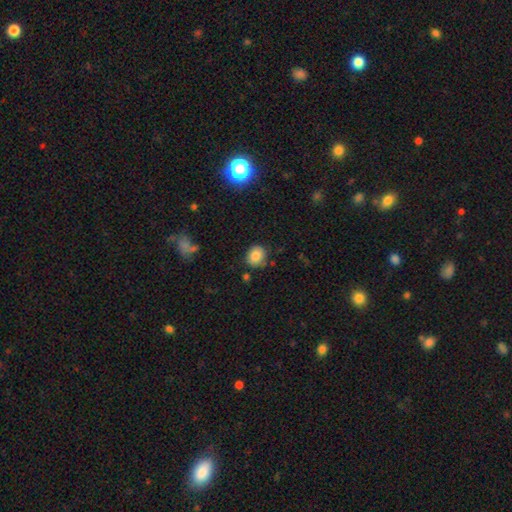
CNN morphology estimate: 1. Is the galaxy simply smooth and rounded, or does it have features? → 82% smooth, 10% star or artifact, 8% featured or disk.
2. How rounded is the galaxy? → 69% round, 30% in between, 1% cigar-shaped.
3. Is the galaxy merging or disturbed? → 78% none, 16% minor disturbance, 4% merger, 3% major disturbance.